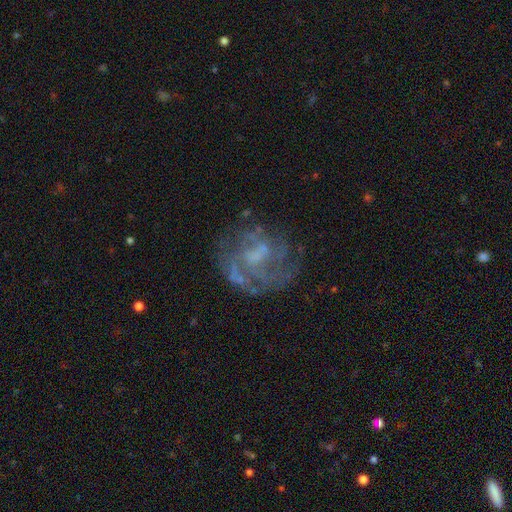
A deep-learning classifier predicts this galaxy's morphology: Smooth or featured? featured or disk (73%)
Edge-on disk? no (98%)
Bar? no (56%)
Spiral arms? yes (68%)
Bulge size? none (42%)
Merging? none (59%)